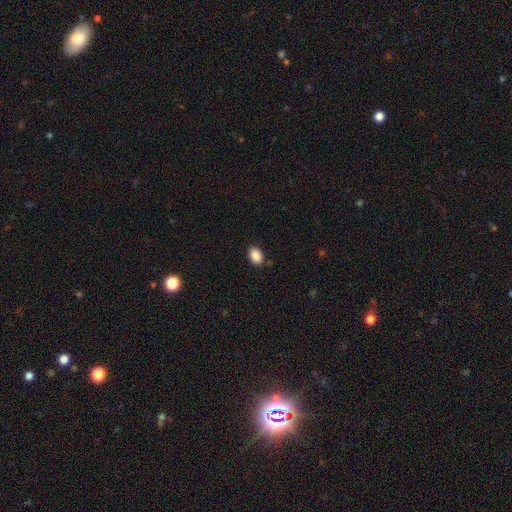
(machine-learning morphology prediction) Q: Smooth or featured?
A: smooth (89%); runner-up: star or artifact (8%)
Q: How rounded?
A: in between (78%); runner-up: round (21%)
Q: Merging?
A: none (85%); runner-up: minor disturbance (11%)